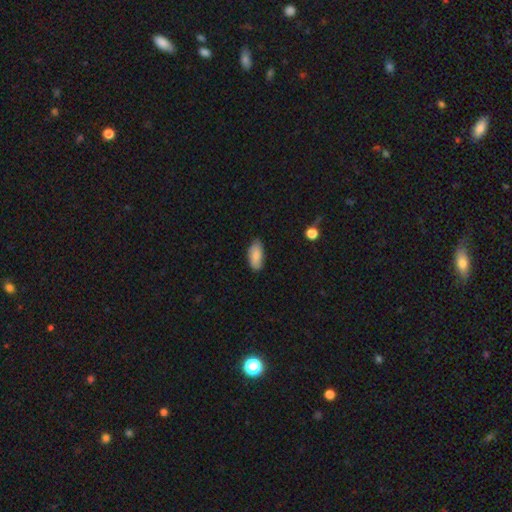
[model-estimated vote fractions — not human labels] Overall: smooth (84%). How rounded: in between (91%). Merging: none (79%).